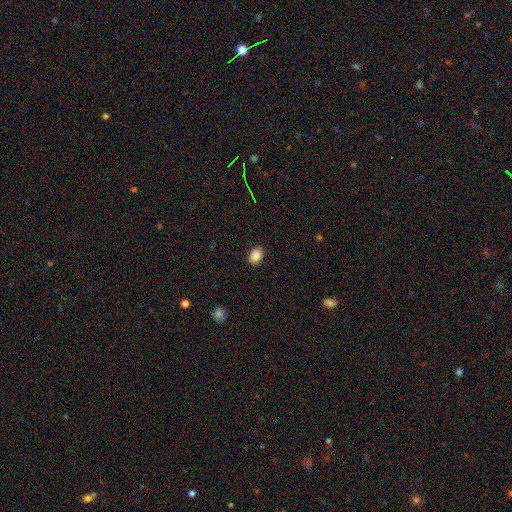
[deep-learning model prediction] The model was most divided on "how rounded": in between: 75%, round: 24%, cigar-shaped: 1%. More confident: smooth or featured — smooth (88%); merging — none (87%).